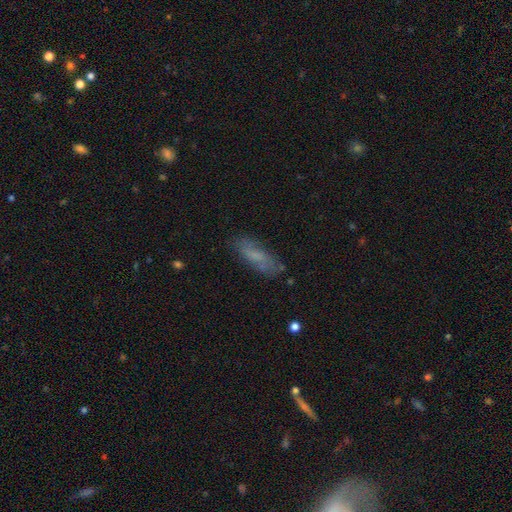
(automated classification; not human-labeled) This is likely a smooth galaxy (63%). How rounded: possibly in between (58%). Merging: likely none (71%).